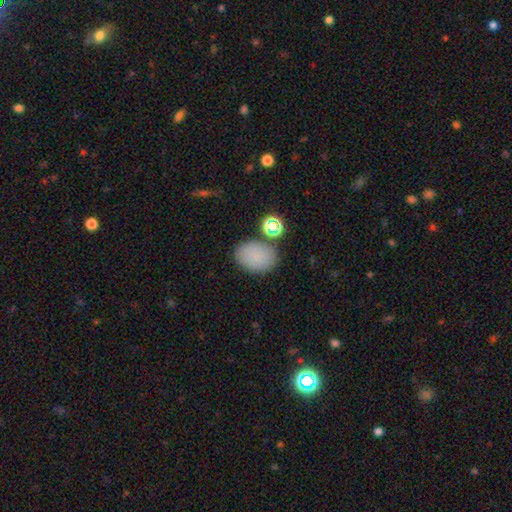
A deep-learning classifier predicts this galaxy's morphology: Q: Smooth or featured?
A: smooth (82%); runner-up: star or artifact (12%)
Q: How rounded?
A: in between (73%); runner-up: round (25%)
Q: Merging?
A: none (77%); runner-up: minor disturbance (12%)